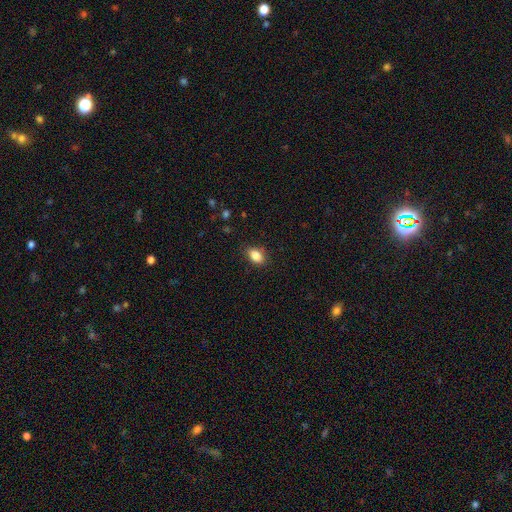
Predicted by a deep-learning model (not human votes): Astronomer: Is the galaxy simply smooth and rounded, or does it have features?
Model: smooth — 86%.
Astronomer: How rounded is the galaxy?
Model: in between — 82%.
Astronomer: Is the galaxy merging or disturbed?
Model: none — 85%.